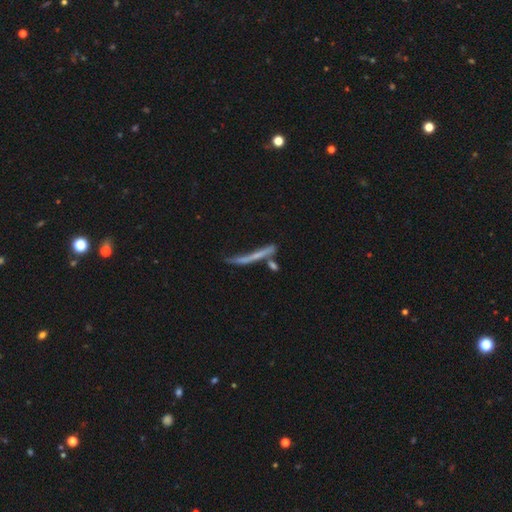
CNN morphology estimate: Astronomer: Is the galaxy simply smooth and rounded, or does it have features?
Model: featured or disk — 46% (runner-up: smooth, 44%).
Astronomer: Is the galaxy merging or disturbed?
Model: none — 44% (runner-up: minor disturbance, 21%).